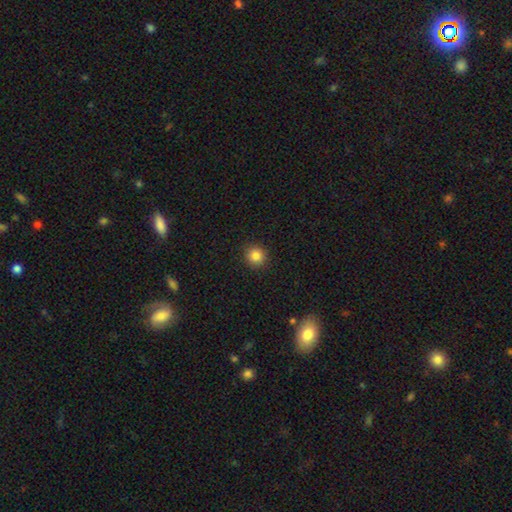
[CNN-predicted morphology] Smooth or featured? smooth (84%)
How rounded? round (91%)
Merging? none (91%)